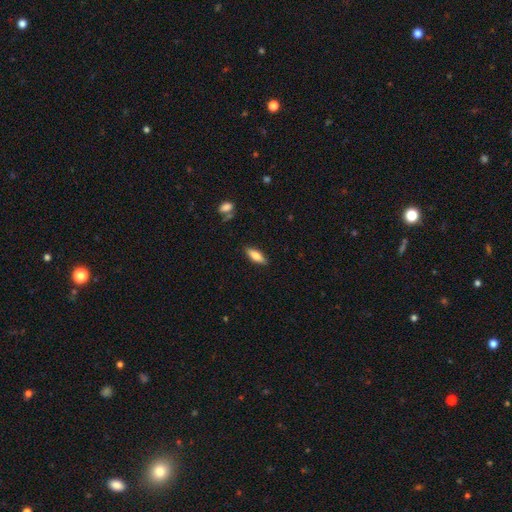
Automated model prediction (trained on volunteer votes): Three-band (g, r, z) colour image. It shows a smooth galaxy with no disk features (71%) that is in between round and cigar-shaped (64%). Merging: none (86%).